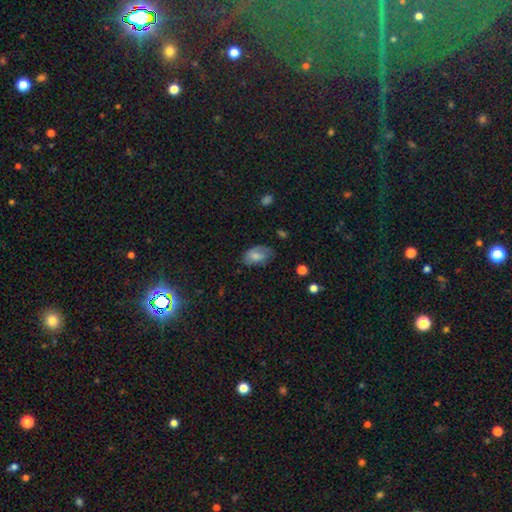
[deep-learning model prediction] Overall: smooth (68%). How rounded: in between (90%). Merging: none (56%; minor disturbance 31%).